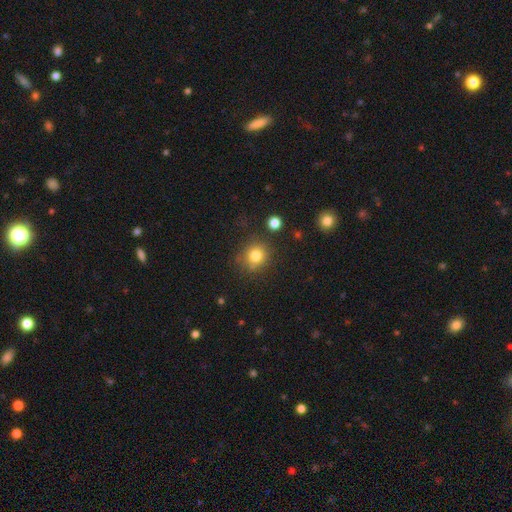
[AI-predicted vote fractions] This is clearly a smooth galaxy (81%). How rounded: clearly round (88%). Merging: clearly none (81%).